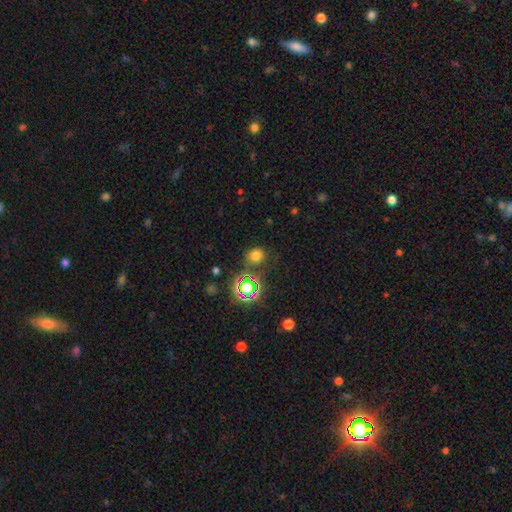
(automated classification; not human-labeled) Morphology: type=smooth (69%); roundness=round (81%); merging=none (78%).